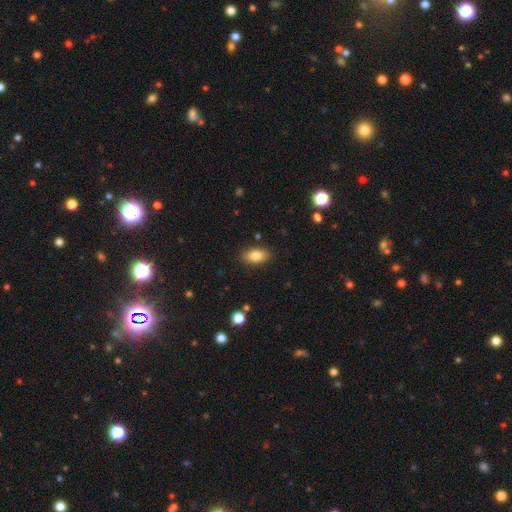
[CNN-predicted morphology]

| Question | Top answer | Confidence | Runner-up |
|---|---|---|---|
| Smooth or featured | smooth | 84% | featured or disk (8%) |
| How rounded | in between | 90% | round (6%) |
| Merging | none | 87% | minor disturbance (9%) |